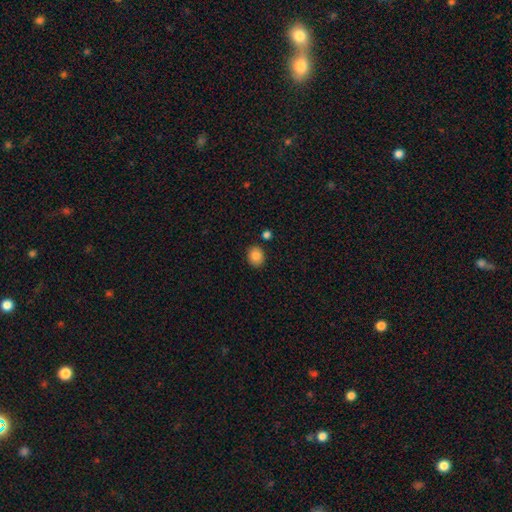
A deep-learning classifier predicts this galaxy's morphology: This is clearly a smooth galaxy (85%). How rounded: likely round (62%). Merging: clearly none (85%).